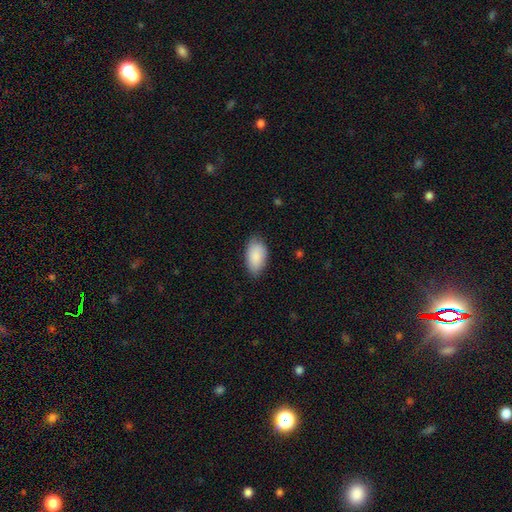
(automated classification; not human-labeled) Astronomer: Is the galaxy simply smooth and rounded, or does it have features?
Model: smooth — 88%.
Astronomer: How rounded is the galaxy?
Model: in between — 95%.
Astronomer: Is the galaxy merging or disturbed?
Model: none — 77%.